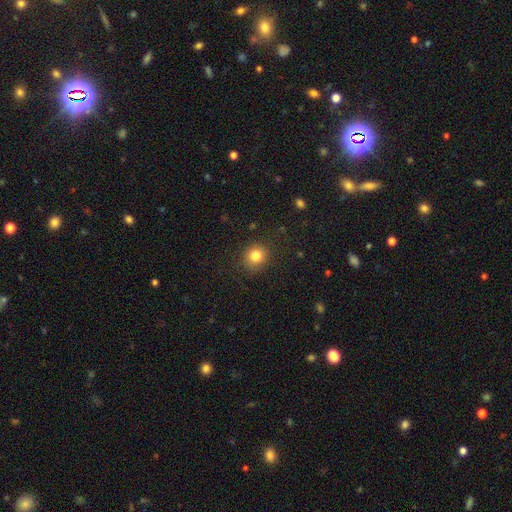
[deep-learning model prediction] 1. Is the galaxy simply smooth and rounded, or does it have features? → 82% smooth, 12% star or artifact, 6% featured or disk.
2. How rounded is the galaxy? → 83% round, 16% in between, 1% cigar-shaped.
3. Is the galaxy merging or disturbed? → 86% none, 9% minor disturbance, 3% major disturbance, 1% merger.